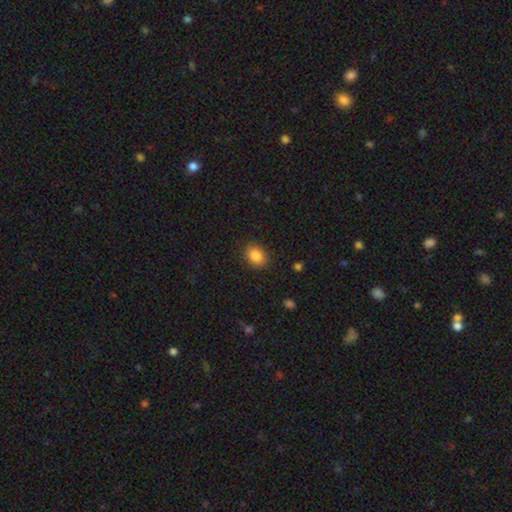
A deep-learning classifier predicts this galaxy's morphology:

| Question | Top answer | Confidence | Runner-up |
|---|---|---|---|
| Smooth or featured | smooth | 87% | star or artifact (9%) |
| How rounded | in between | 61% | round (38%) |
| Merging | none | 87% | minor disturbance (10%) |